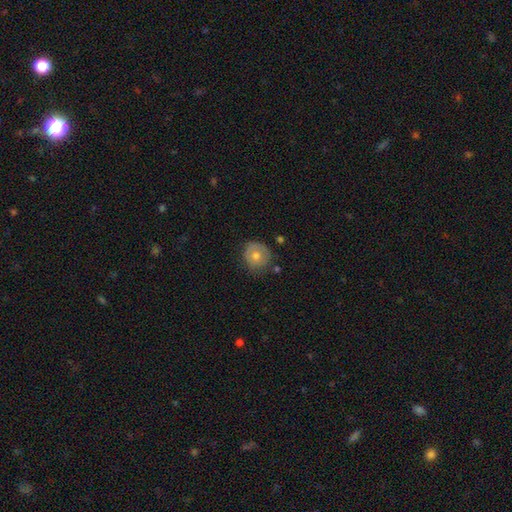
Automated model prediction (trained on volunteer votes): Smooth or featured: smooth — 55% (featured or disk — 35%)
How rounded: round — 90% (in between — 9%)
Merging: none — 77% (minor disturbance — 17%)